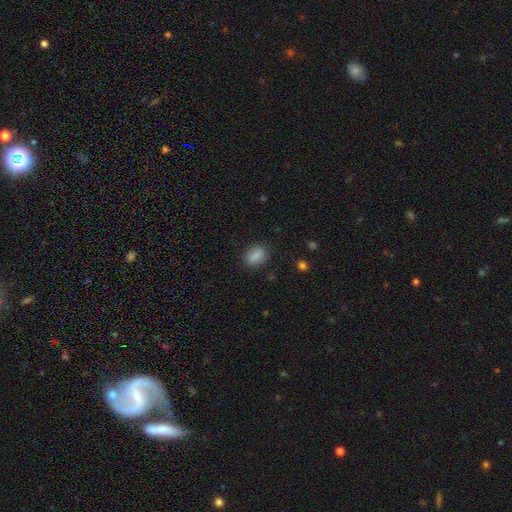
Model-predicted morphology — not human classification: Smooth or featured: smooth — 86% (star or artifact — 9%)
How rounded: in between — 70% (round — 28%)
Merging: none — 84% (minor disturbance — 11%)